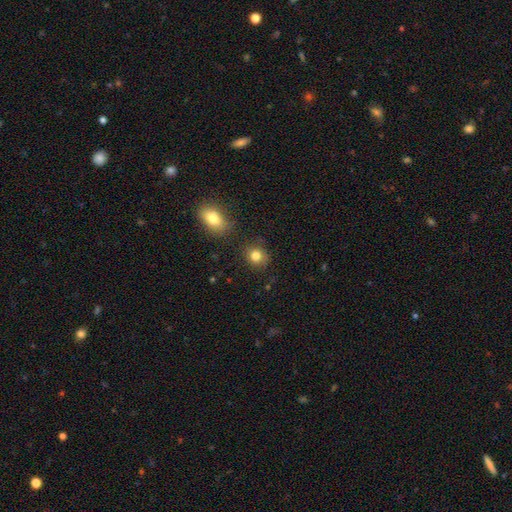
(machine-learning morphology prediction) Q: Smooth or featured?
A: smooth (83%); runner-up: star or artifact (10%)
Q: How rounded?
A: round (75%); runner-up: in between (24%)
Q: Merging?
A: none (81%); runner-up: minor disturbance (13%)